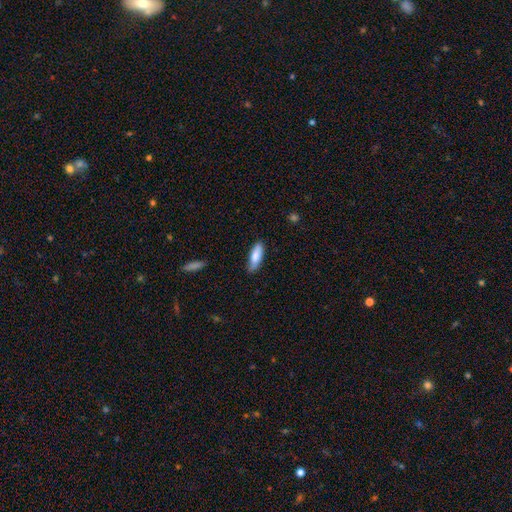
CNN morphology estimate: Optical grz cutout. It shows a smooth galaxy with no disk features (81%) that is in between round and cigar-shaped (59%). Merging: none (79%).